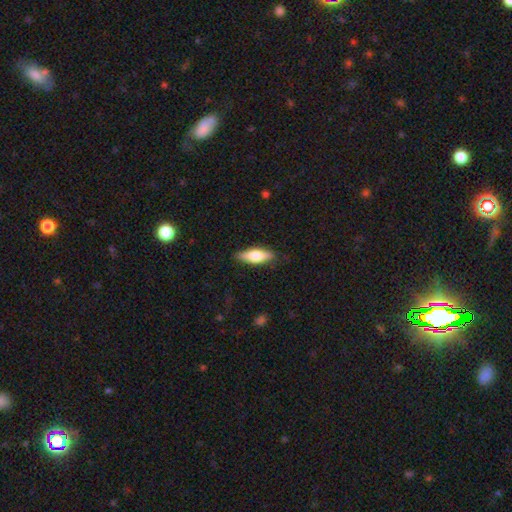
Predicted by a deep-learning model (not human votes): The model was most divided on "how rounded": in between: 59%, cigar-shaped: 38%, round: 3%. More confident: merging — none (85%); smooth or featured — smooth (63%).